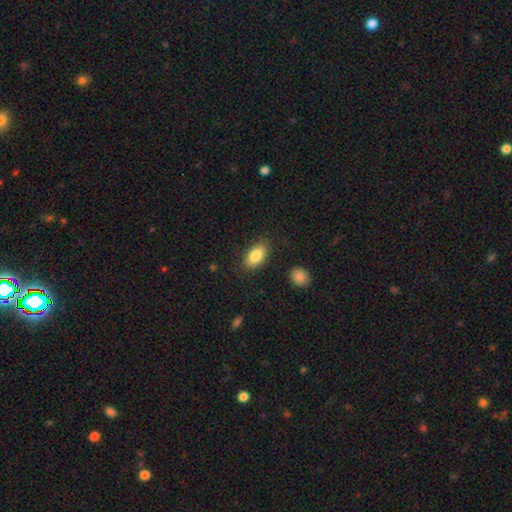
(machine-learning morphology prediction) Smooth or featured: smooth — 85% (featured or disk — 9%)
How rounded: in between — 91% (cigar-shaped — 5%)
Merging: none — 83% (minor disturbance — 12%)